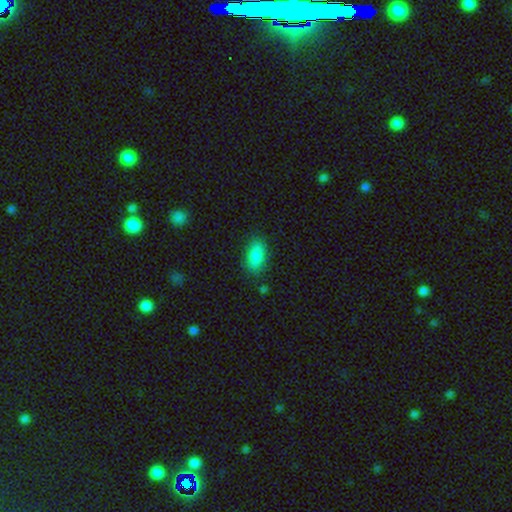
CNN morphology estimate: Overall: smooth (87%). How rounded: in between (90%). Merging: none (83%).